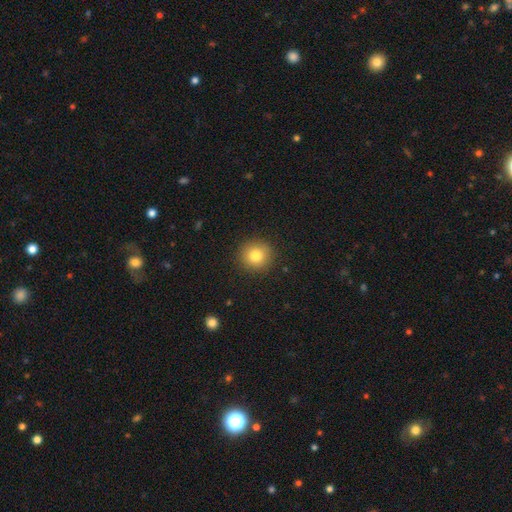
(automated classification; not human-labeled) Q: Smooth or featured?
A: smooth (81%); runner-up: star or artifact (11%)
Q: How rounded?
A: round (93%); runner-up: in between (6%)
Q: Merging?
A: none (91%); runner-up: minor disturbance (6%)